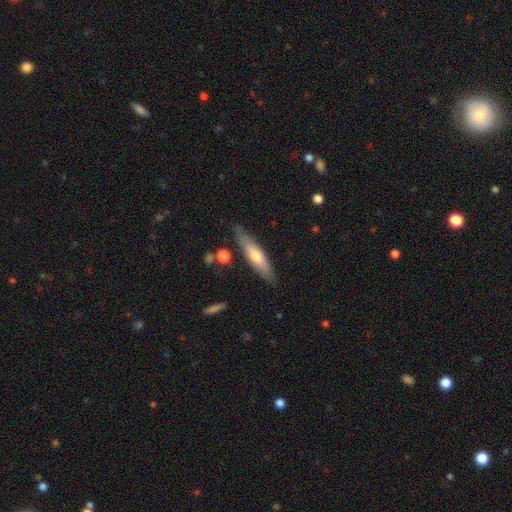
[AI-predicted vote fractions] This is possibly a smooth galaxy (54%). How rounded: likely cigar-shaped (79%). Merging: clearly none (81%).